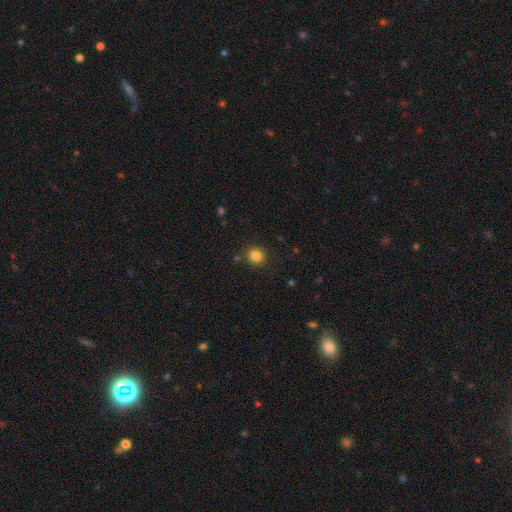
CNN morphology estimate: A smooth galaxy with no disk features (83%) that is round (90%).

Vote fractions:
- Smooth or featured? smooth: 83% / star or artifact: 12% / featured or disk: 5%
- How rounded? round: 90% / in between: 9% / cigar-shaped: 1%
- Merging? none: 87% / minor disturbance: 7% / merger: 3% / major disturbance: 2%